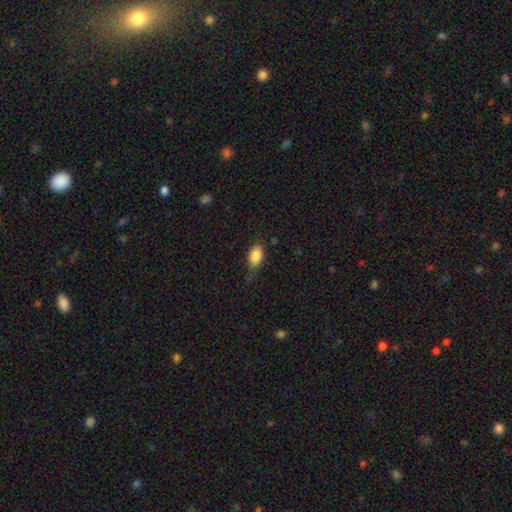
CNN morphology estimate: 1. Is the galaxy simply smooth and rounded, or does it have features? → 87% smooth, 7% star or artifact, 6% featured or disk.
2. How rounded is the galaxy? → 90% in between, 5% round, 4% cigar-shaped.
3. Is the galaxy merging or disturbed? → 65% none, 26% minor disturbance, 7% major disturbance, 2% merger.